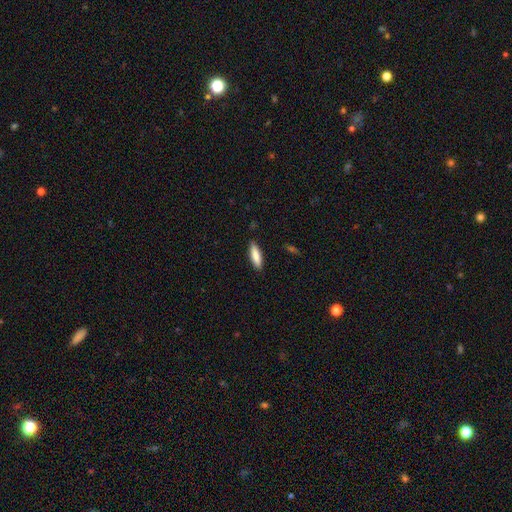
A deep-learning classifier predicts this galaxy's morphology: type=smooth (85%); roundness=cigar-shaped (57%); merging=none (88%).